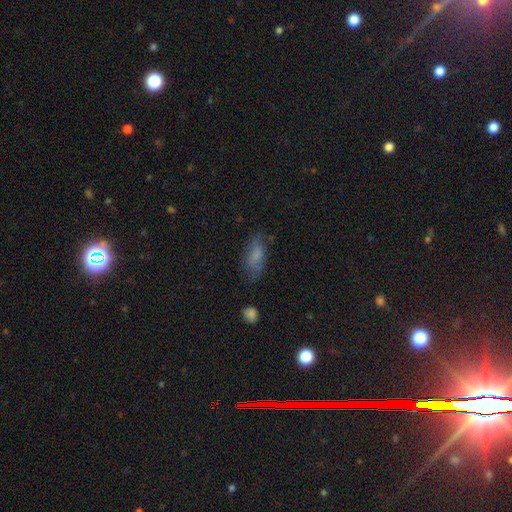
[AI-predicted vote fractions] Overall: smooth (62%; featured or disk 28%). How rounded: in between (76%). Merging: none (62%; minor disturbance 24%).